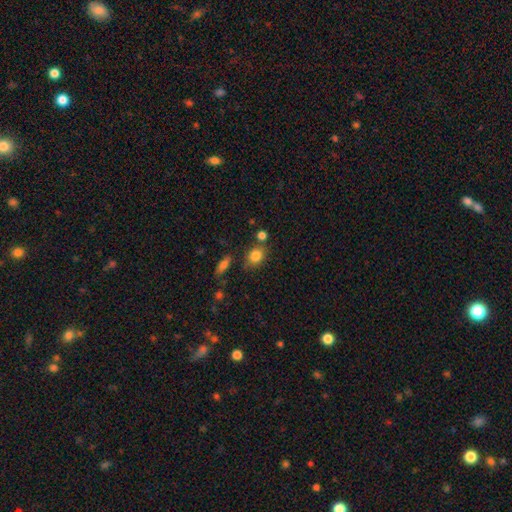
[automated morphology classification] Smooth or featured? smooth (83%)
How rounded? round (53%)
Merging? none (67%)